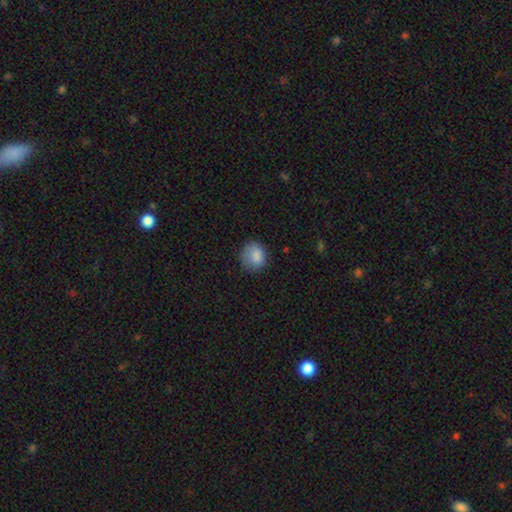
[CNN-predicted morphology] smooth 83%, star or artifact 9%, featured or disk 8%. Down the decision tree: how rounded — round (65%); merging — none (66%).